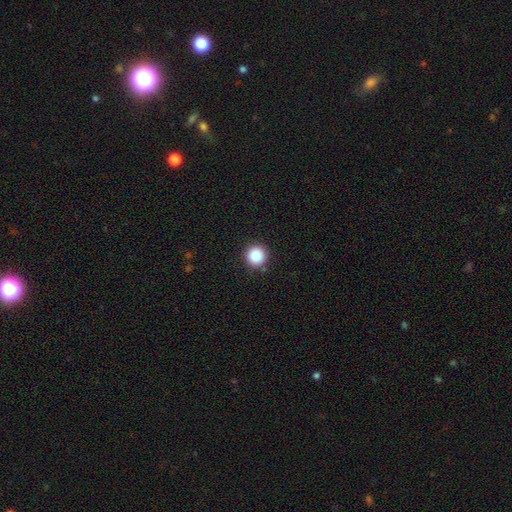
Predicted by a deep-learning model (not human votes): Smooth or featured? smooth (87%)
How rounded? round (96%)
Merging? none (90%)